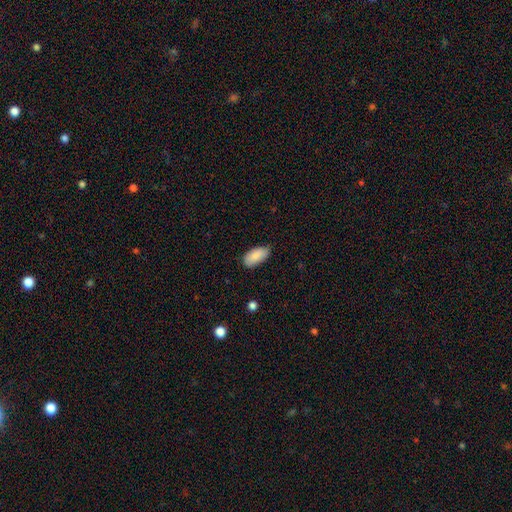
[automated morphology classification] This is clearly a smooth galaxy (88%). How rounded: clearly in between (94%). Merging: likely none (76%).